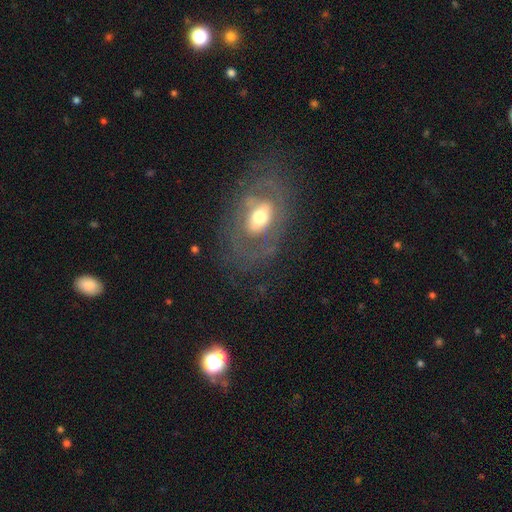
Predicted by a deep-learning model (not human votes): Smooth or featured? featured or disk (62%)
Edge-on disk? no (91%)
Bar? no (60%)
Spiral arms? yes (50%, tied with no)
Bulge size? moderate (67%)
Merging? none (79%)